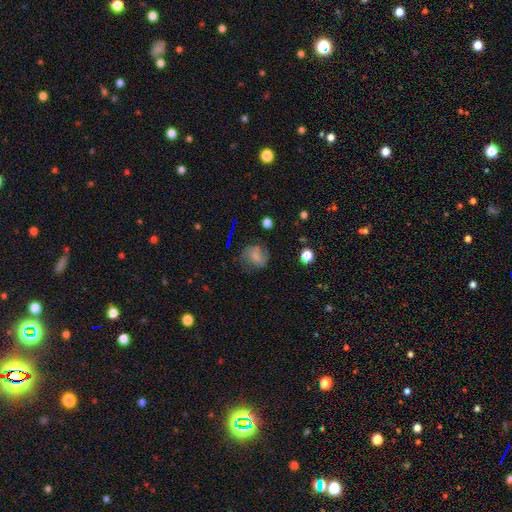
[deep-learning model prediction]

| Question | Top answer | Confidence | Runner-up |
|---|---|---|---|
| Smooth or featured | smooth | 50% | featured or disk (36%) |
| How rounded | round | 62% | in between (36%) |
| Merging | none | 60% | minor disturbance (23%) |